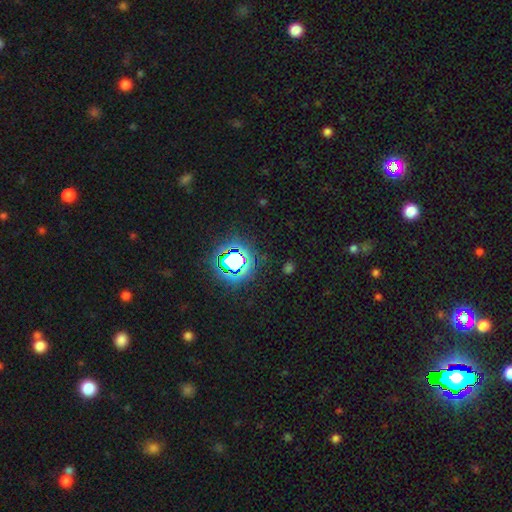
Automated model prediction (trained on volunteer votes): Q: Smooth or featured?
A: star or artifact (80%); runner-up: smooth (14%)